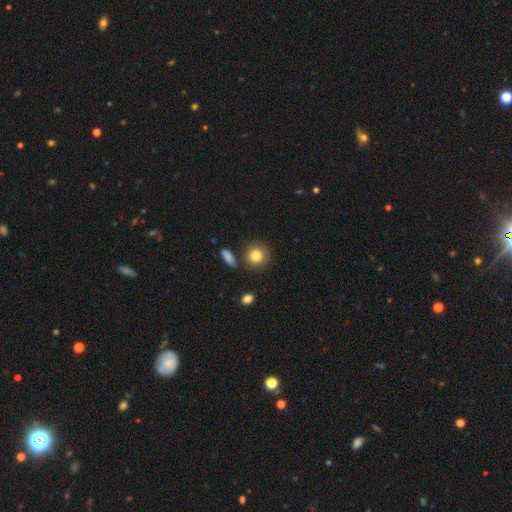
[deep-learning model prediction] A smooth galaxy with no disk features (83%) that is round (87%).

Vote fractions:
- Smooth or featured? smooth: 83% / star or artifact: 9% / featured or disk: 8%
- How rounded? round: 87% / in between: 12% / cigar-shaped: 1%
- Merging? none: 80% / minor disturbance: 11% / merger: 6% / major disturbance: 3%